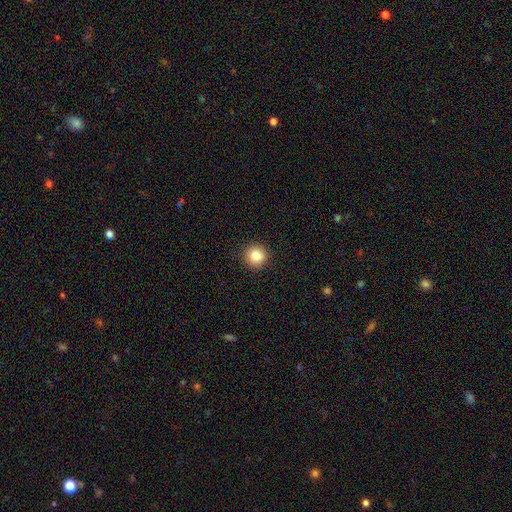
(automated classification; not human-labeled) Smooth or featured?
  - smooth: 84% *
  - star or artifact: 10%
  - featured or disk: 6%
How rounded?
  - round: 94% *
  - in between: 5%
  - cigar-shaped: 1%
Merging?
  - none: 92% *
  - minor disturbance: 5%
  - major disturbance: 2%
  - merger: 1%